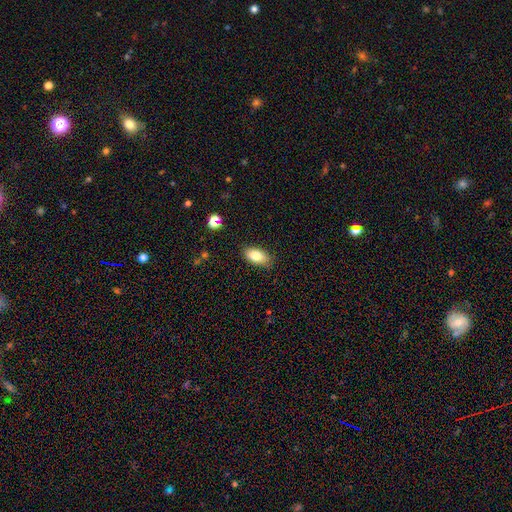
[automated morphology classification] Q: Smooth or featured?
A: smooth (82%); runner-up: featured or disk (10%)
Q: How rounded?
A: in between (91%); runner-up: cigar-shaped (5%)
Q: Merging?
A: none (82%); runner-up: minor disturbance (14%)